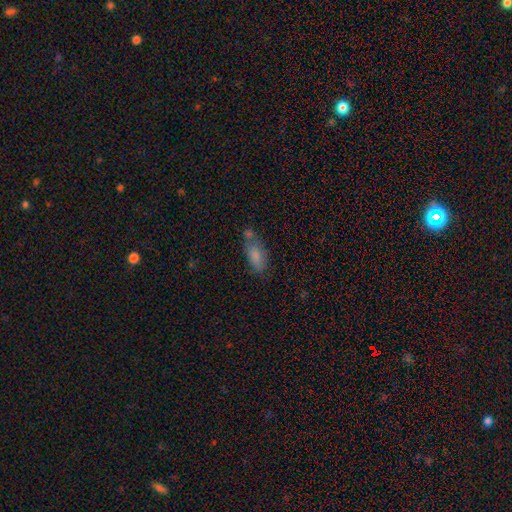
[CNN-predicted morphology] Overall: smooth (80%). How rounded: in between (85%). Merging: none (46%; merger 25%).